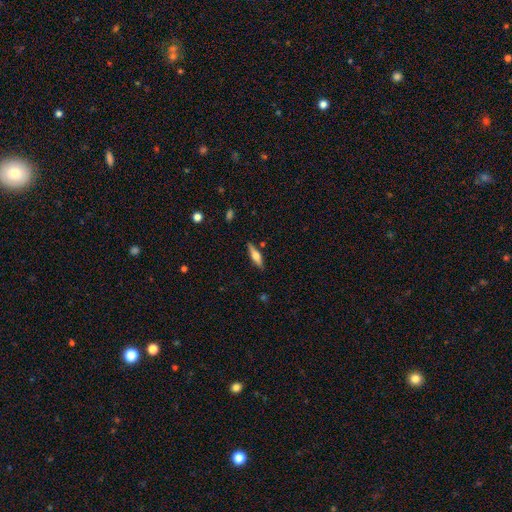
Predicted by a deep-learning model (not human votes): The model was most divided on "smooth or featured": featured or disk: 52%, smooth: 42%, star or artifact: 6%. More confident: edge-on disk — yes (95%); merging — none (85%).